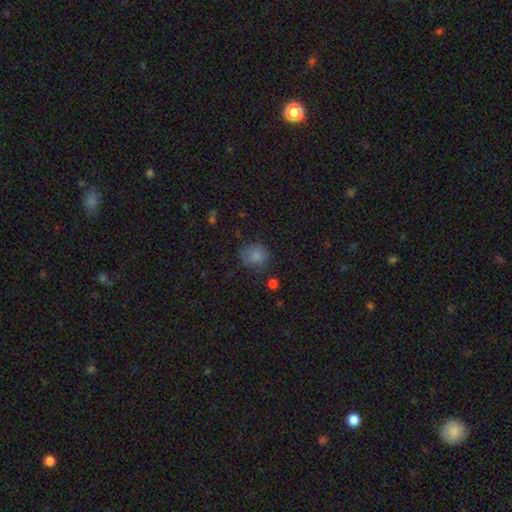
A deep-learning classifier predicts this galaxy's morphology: smooth 82%, star or artifact 11%, featured or disk 7%. Down the decision tree: how rounded — round (76%); merging — none (71%).